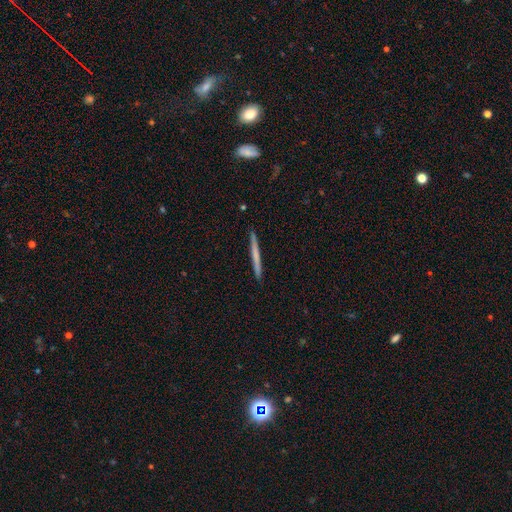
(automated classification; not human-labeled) A smooth galaxy with no disk features (57%) that is cigar-shaped (97%).

Vote fractions:
- Smooth or featured? smooth: 57% / featured or disk: 38% / star or artifact: 5%
- How rounded? cigar-shaped: 97% / in between: 2% / round: 1%
- Merging? none: 92% / minor disturbance: 5% / major disturbance: 1% / merger: 1%